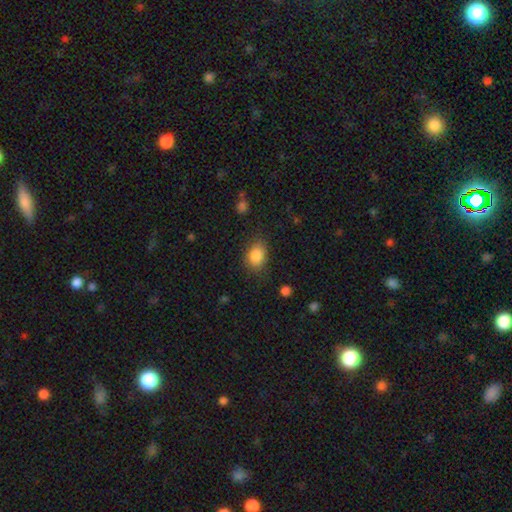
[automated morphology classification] Smooth or featured? smooth (86%)
How rounded? in between (68%)
Merging? none (76%)